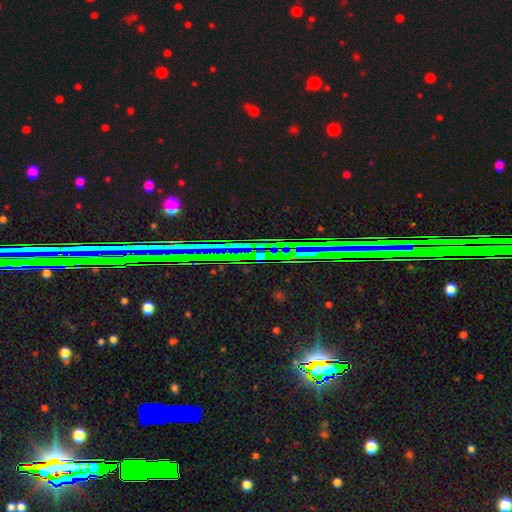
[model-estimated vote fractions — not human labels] Morphology: type=star or artifact (80%).